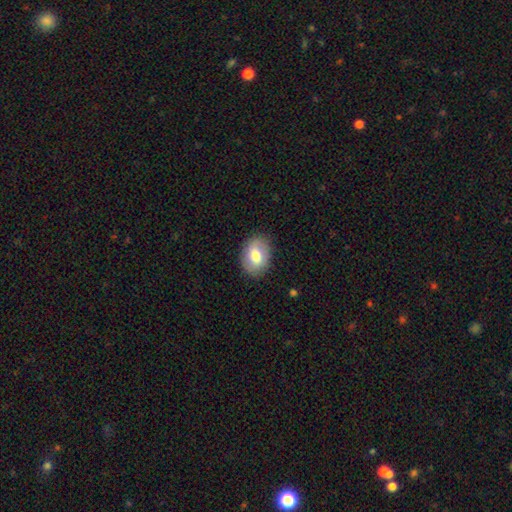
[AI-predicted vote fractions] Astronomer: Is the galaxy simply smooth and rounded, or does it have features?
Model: smooth — 72%.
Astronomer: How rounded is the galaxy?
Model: in between — 77%.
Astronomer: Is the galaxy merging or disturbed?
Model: none — 84%.